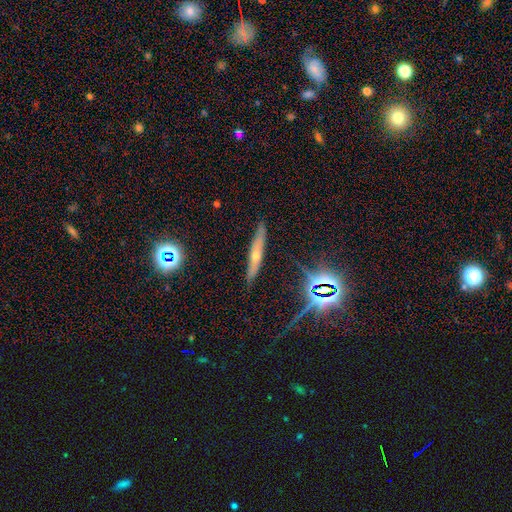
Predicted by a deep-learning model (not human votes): A featured or disk galaxy (49%).

Vote fractions:
- Smooth or featured? featured or disk: 49% / smooth: 34% / star or artifact: 17%
- Merging? none: 86% / minor disturbance: 10% / major disturbance: 2% / merger: 2%